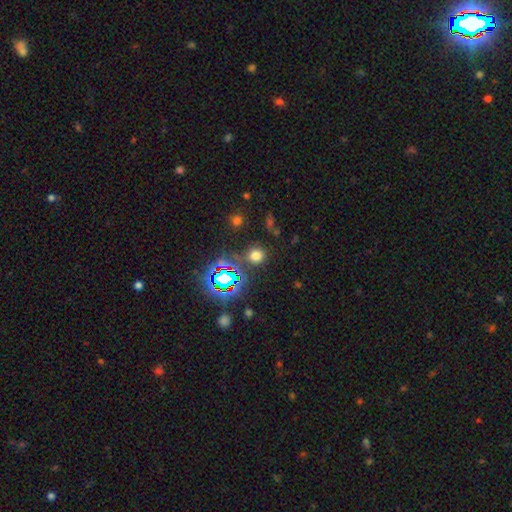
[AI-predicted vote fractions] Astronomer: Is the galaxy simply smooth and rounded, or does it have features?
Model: smooth — 63%.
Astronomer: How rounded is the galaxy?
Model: round — 85%.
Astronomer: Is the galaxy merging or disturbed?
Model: none — 82%.